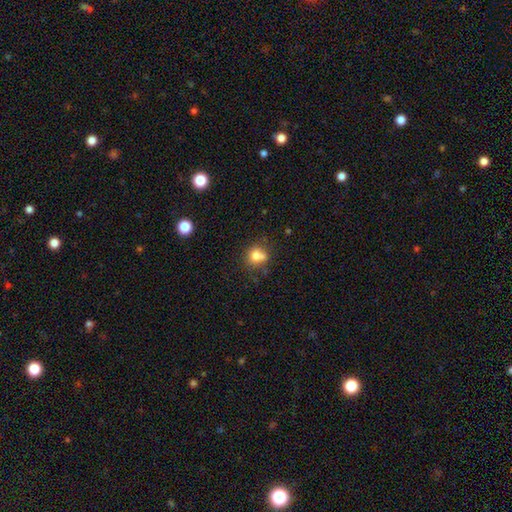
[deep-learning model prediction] smooth_or_featured: smooth (p=0.76) [alt: featured or disk p=0.12]
how_rounded: round (p=0.78) [alt: in between p=0.21]
merging: none (p=0.57) [alt: merger p=0.19]